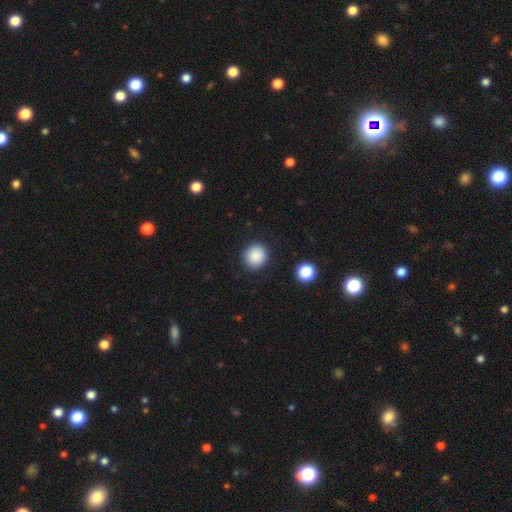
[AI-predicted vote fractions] Smooth or featured? smooth (87%)
How rounded? round (90%)
Merging? none (89%)